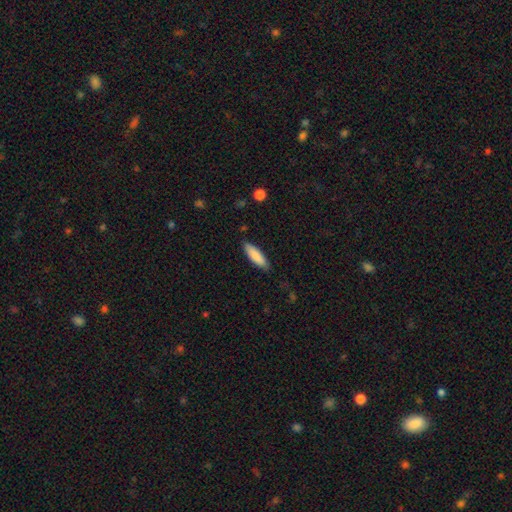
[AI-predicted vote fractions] Morphology: type=smooth (85%); roundness=cigar-shaped (55%); merging=none (86%).